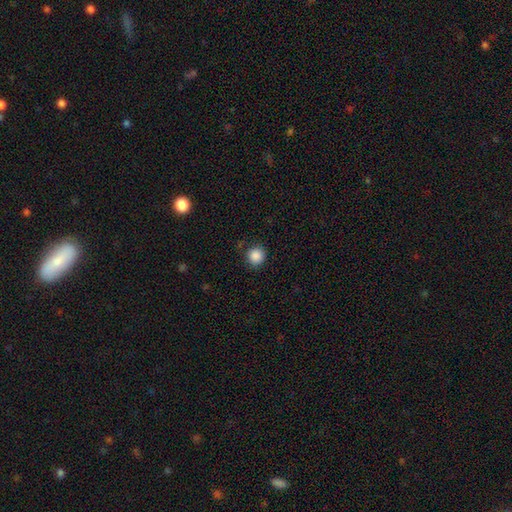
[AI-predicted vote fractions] This is clearly a smooth galaxy (87%). How rounded: clearly round (92%). Merging: clearly none (86%).